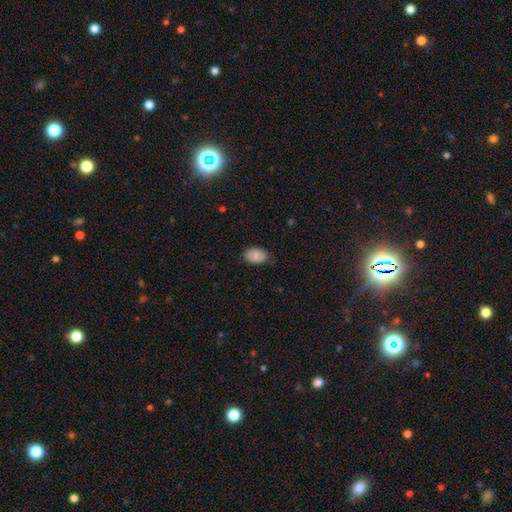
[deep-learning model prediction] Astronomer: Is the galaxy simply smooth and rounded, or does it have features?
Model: smooth — 87%.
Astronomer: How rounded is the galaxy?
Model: in between — 90%.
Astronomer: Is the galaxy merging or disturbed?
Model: none — 80%.